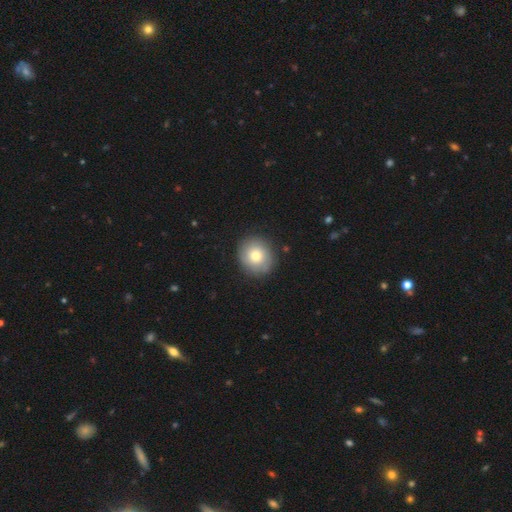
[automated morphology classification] Smooth or featured?
  - smooth: 74% *
  - featured or disk: 17%
  - star or artifact: 9%
How rounded?
  - round: 81% *
  - in between: 18%
  - cigar-shaped: 1%
Merging?
  - none: 86% *
  - minor disturbance: 10%
  - major disturbance: 3%
  - merger: 1%